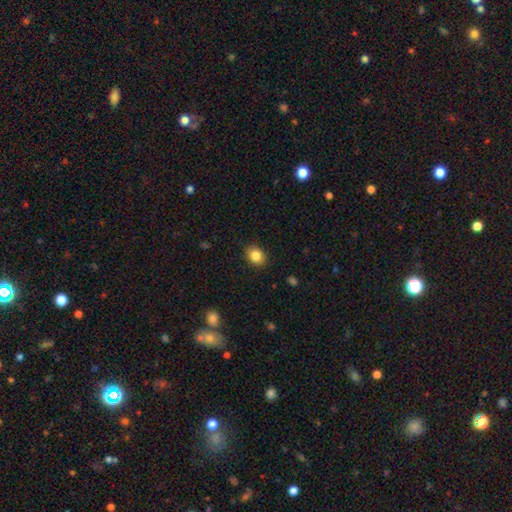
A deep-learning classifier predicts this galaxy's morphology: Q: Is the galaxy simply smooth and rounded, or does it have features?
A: smooth — 85%.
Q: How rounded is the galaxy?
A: in between — 50%.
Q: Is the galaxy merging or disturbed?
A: none — 89%.